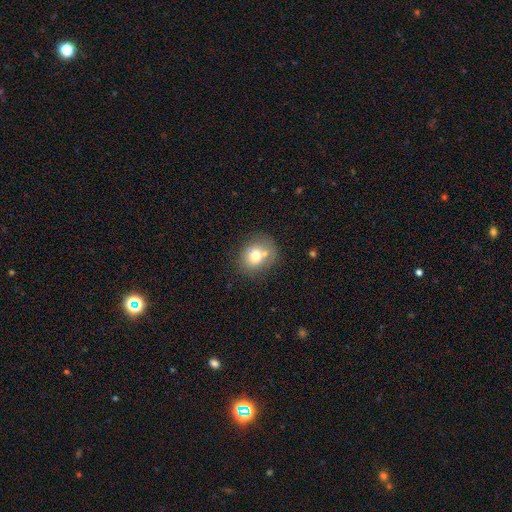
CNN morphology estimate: smooth-or-featured: smooth: 72% | featured or disk: 18% | star or artifact: 10%
  how-rounded: round: 68% | in between: 31% | cigar-shaped: 1%
  merging: none: 53% | merger: 25% | minor disturbance: 17% | major disturbance: 6%